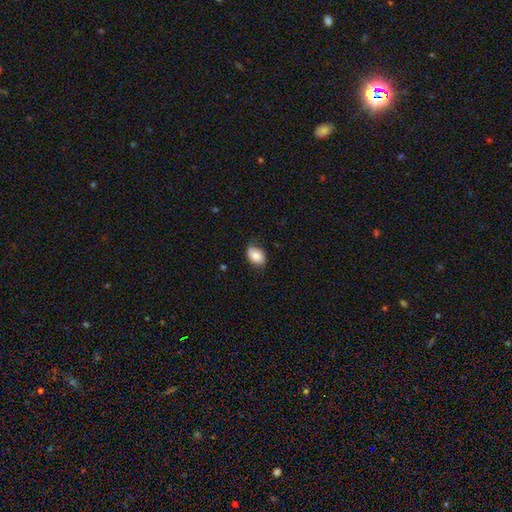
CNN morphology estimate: Smooth or featured? Predicted: smooth (p=0.84). How rounded? Predicted: in between (p=0.85). Merging? Predicted: none (p=0.72).